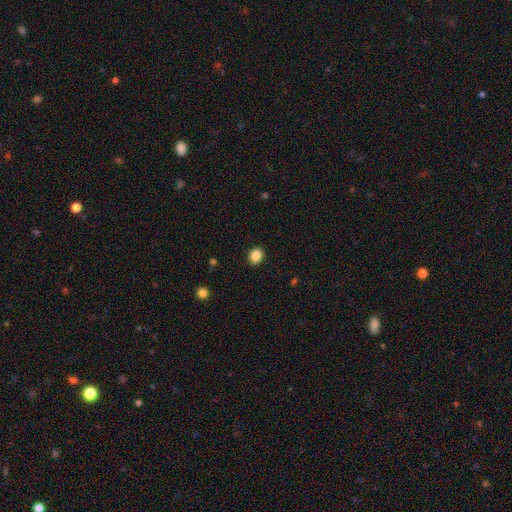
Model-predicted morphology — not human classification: Smooth or featured? Predicted: smooth (p=0.86). How rounded? Predicted: round (p=0.56). Merging? Predicted: none (p=0.90).